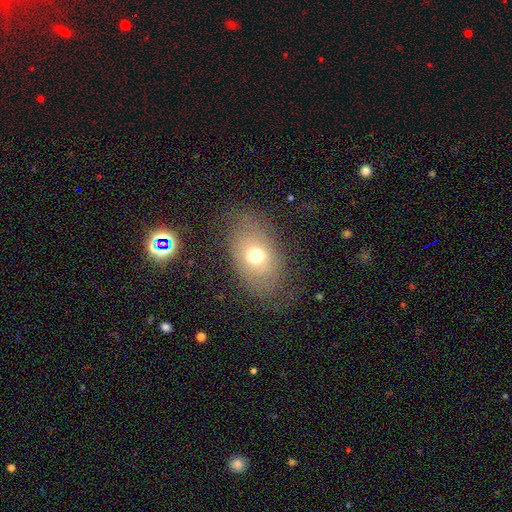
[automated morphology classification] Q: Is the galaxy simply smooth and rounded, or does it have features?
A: smooth — 59%.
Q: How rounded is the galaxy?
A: in between — 79%.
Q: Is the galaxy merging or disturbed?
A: none — 67%.